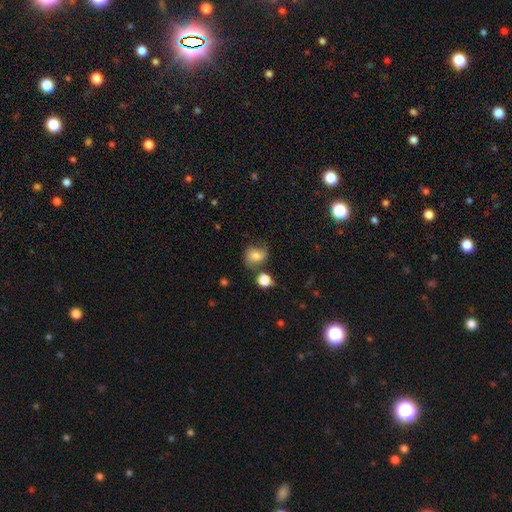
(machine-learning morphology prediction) smooth 69%, featured or disk 20%, star or artifact 11%. Down the decision tree: how rounded — round (59%); merging — none (55%).